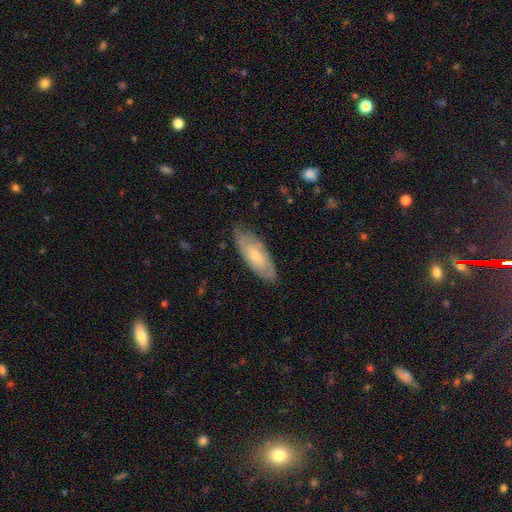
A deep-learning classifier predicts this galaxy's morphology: Overall: smooth (51%; featured or disk 43%). How rounded: in between (73%). Merging: none (77%).